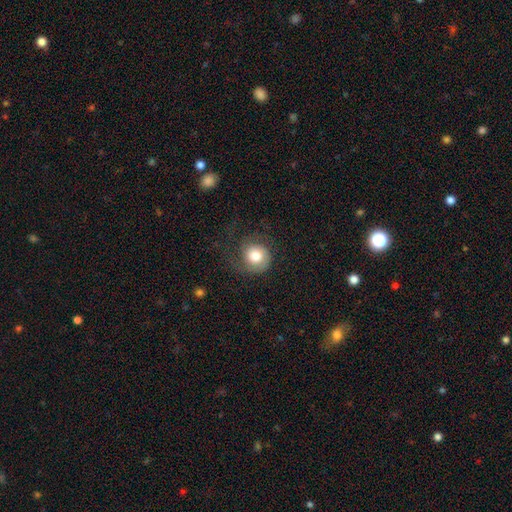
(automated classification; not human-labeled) smooth_or_featured: smooth (p=0.59) [alt: featured or disk p=0.33]
how_rounded: round (p=0.85) [alt: in between p=0.14]
merging: none (p=0.55) [alt: major disturbance p=0.25]